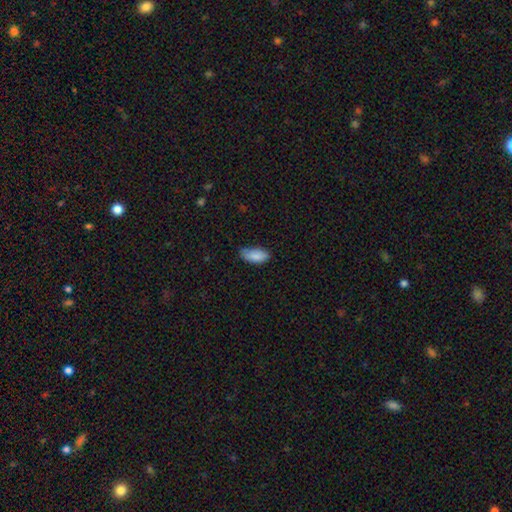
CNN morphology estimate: Smooth or featured?
  - smooth: 88% *
  - star or artifact: 6%
  - featured or disk: 6%
How rounded?
  - in between: 91% *
  - cigar-shaped: 7%
  - round: 2%
Merging?
  - none: 67% *
  - minor disturbance: 27%
  - major disturbance: 4%
  - merger: 2%